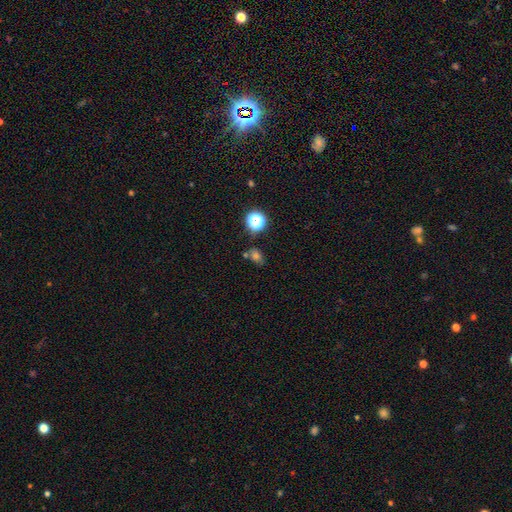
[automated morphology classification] Smooth or featured? Predicted: smooth (p=0.57). How rounded? Predicted: in between (p=0.50). Merging? Predicted: none (p=0.68).